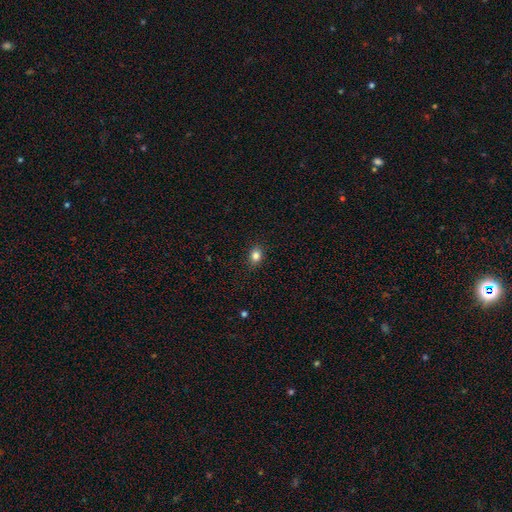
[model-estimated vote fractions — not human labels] A smooth galaxy with no disk features (83%) that is in between round and cigar-shaped (51%).

Vote fractions:
- Smooth or featured? smooth: 83% / star or artifact: 11% / featured or disk: 6%
- How rounded? in between: 51% / round: 47% / cigar-shaped: 1%
- Merging? none: 88% / minor disturbance: 9% / major disturbance: 2% / merger: 1%